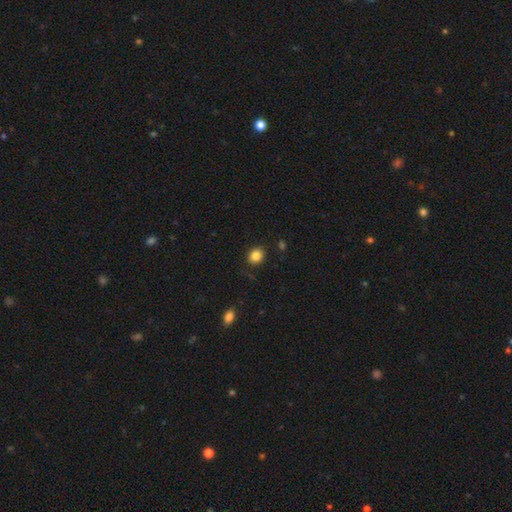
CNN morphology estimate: Smooth or featured? Predicted: smooth (p=0.84). How rounded? Predicted: round (p=0.67). Merging? Predicted: none (p=0.87).